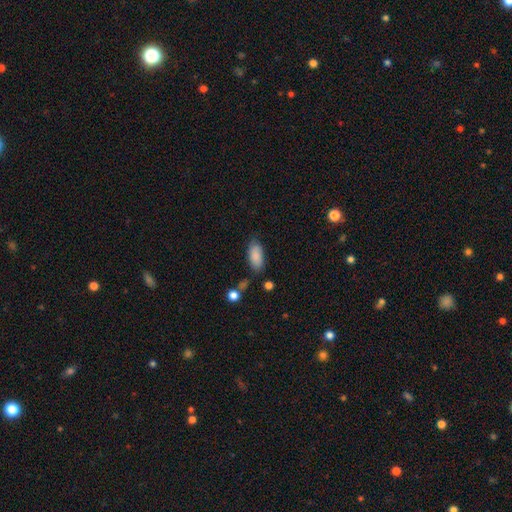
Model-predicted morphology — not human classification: Smooth or featured?
  - smooth: 88% *
  - star or artifact: 7%
  - featured or disk: 6%
How rounded?
  - in between: 89% *
  - cigar-shaped: 8%
  - round: 3%
Merging?
  - none: 74% *
  - minor disturbance: 18%
  - major disturbance: 4%
  - merger: 4%